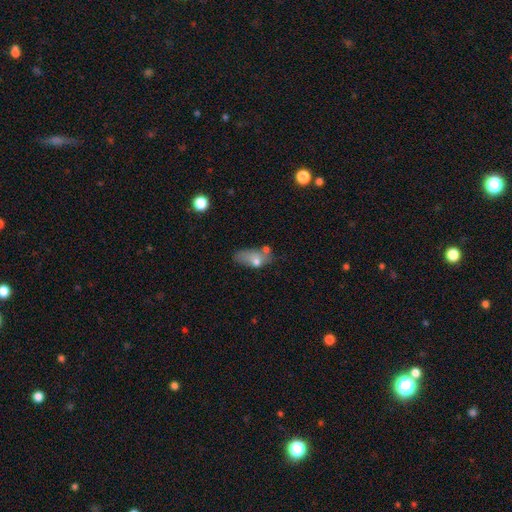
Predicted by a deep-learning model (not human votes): Smooth or featured? smooth (63%)
How rounded? in between (77%)
Merging? none (44%)